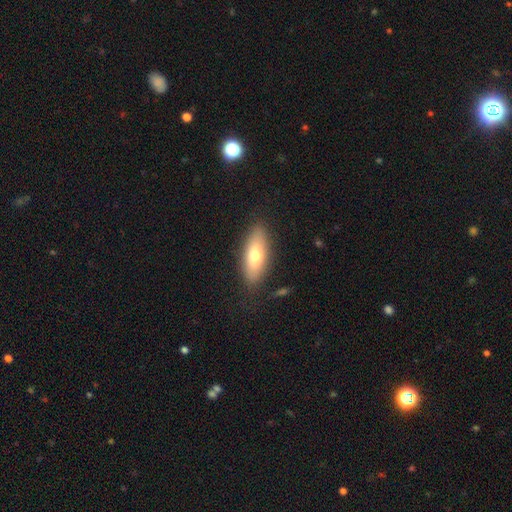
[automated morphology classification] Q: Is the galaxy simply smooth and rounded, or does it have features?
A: smooth — 68%.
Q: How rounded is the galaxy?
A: in between — 70%.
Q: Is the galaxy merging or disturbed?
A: none — 84%.